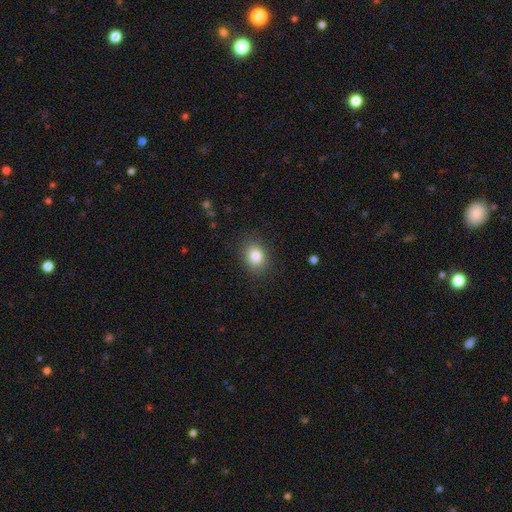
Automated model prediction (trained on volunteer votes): The model was most divided on "how rounded": in between: 51%, round: 48%, cigar-shaped: 1%. More confident: merging — none (87%); smooth or featured — smooth (82%).